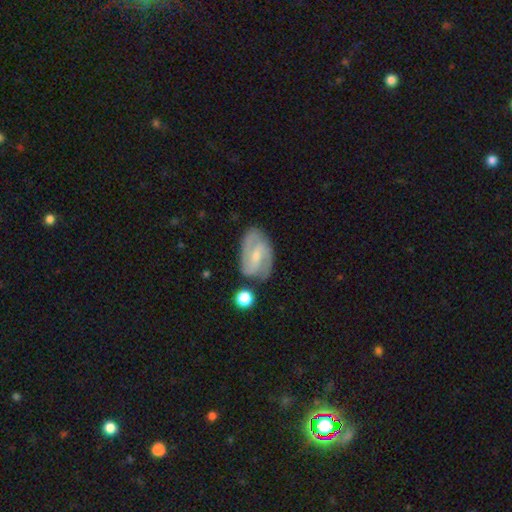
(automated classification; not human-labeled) Q: Smooth or featured?
A: featured or disk (78%); runner-up: smooth (17%)
Q: Edge-on disk?
A: no (96%); runner-up: yes (4%)
Q: Bar?
A: weak (51%); runner-up: strong (25%)
Q: Spiral arms?
A: yes (94%); runner-up: no (6%)
Q: Spiral winding?
A: medium (48%); runner-up: tight (35%)
Q: Spiral arm count?
A: 2 (65%); runner-up: 3 (15%)
Q: Bulge size?
A: small (60%); runner-up: moderate (33%)
Q: Merging?
A: none (70%); runner-up: minor disturbance (19%)